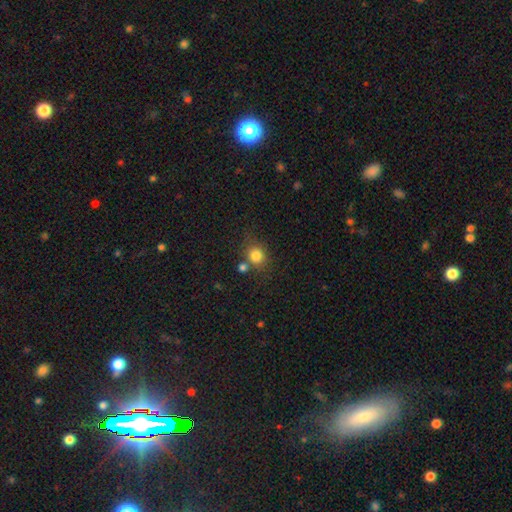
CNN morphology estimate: Q: Smooth or featured?
A: smooth (82%); runner-up: star or artifact (11%)
Q: How rounded?
A: round (78%); runner-up: in between (21%)
Q: Merging?
A: none (66%); runner-up: merger (16%)